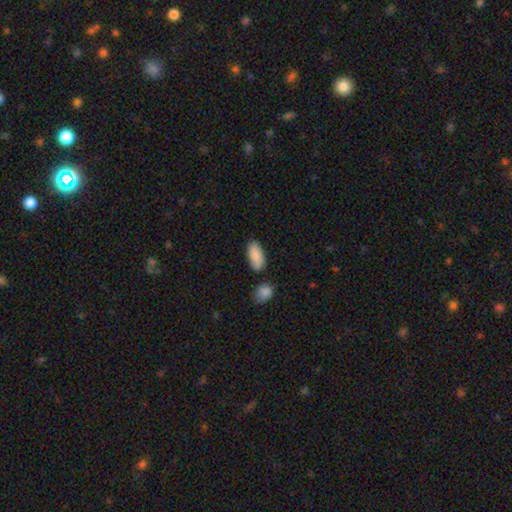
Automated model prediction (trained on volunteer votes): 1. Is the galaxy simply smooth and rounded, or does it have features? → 85% smooth, 8% featured or disk, 6% star or artifact.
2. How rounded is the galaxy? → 92% in between, 6% cigar-shaped, 3% round.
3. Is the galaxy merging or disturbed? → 71% none, 17% minor disturbance, 8% merger, 4% major disturbance.